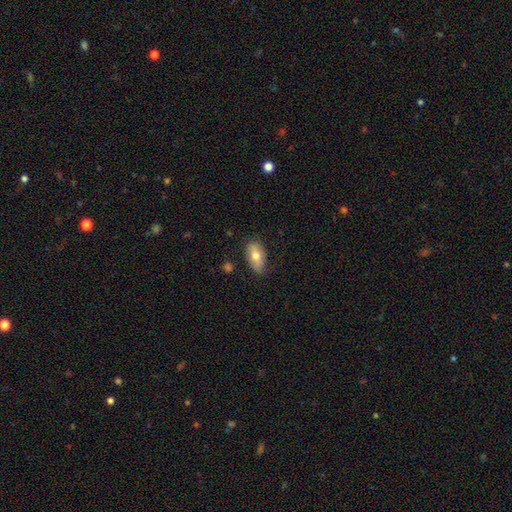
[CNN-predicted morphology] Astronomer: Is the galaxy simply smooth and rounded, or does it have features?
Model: smooth — 70%.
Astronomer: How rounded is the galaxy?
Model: in between — 90%.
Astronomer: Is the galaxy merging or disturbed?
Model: none — 80%.